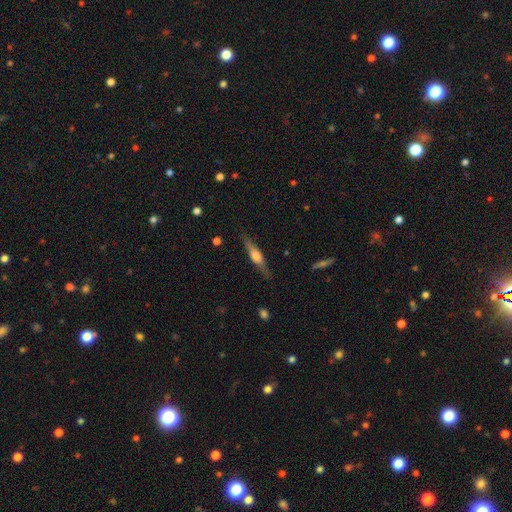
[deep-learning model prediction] Smooth or featured?
  - featured or disk: 62% *
  - smooth: 32%
  - star or artifact: 6%
Edge-on disk?
  - yes: 96% *
  - no: 4%
Edge-on bulge?
  - rounded: 82% *
  - boxy: 14%
  - none: 4%
Merging?
  - none: 84% *
  - minor disturbance: 12%
  - major disturbance: 3%
  - merger: 1%